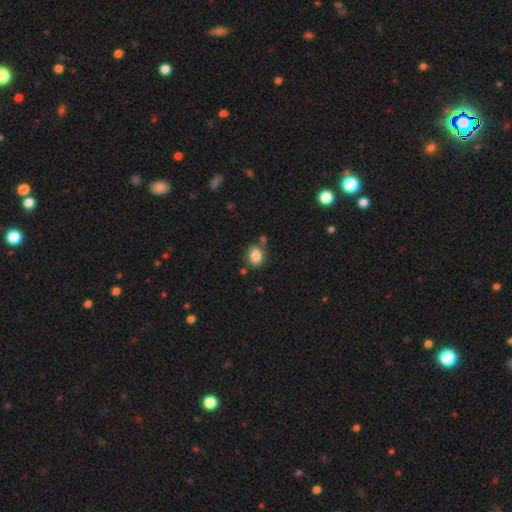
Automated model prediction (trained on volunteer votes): The model was most divided on "how rounded": in between: 50%, round: 49%, cigar-shaped: 1%. More confident: smooth or featured — smooth (84%); merging — none (71%).